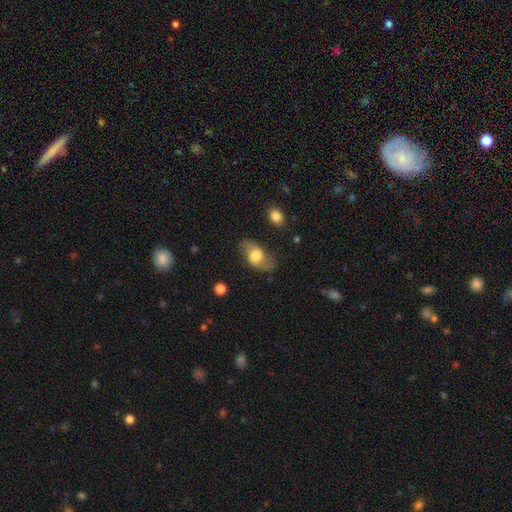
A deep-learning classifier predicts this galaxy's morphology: type=smooth (48%); merging=none (72%).